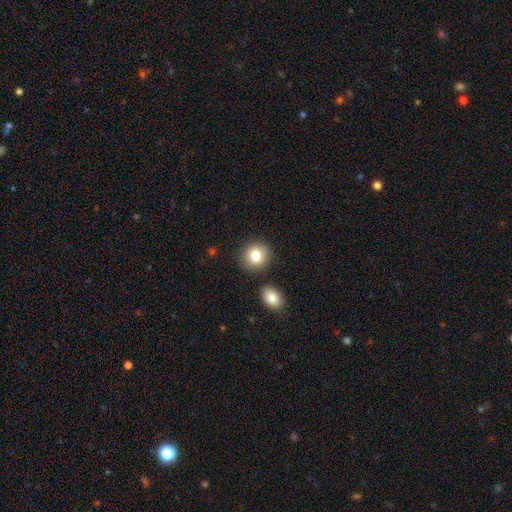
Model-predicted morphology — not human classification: Smooth or featured? Predicted: smooth (p=0.83). How rounded? Predicted: round (p=0.80). Merging? Predicted: none (p=0.81).